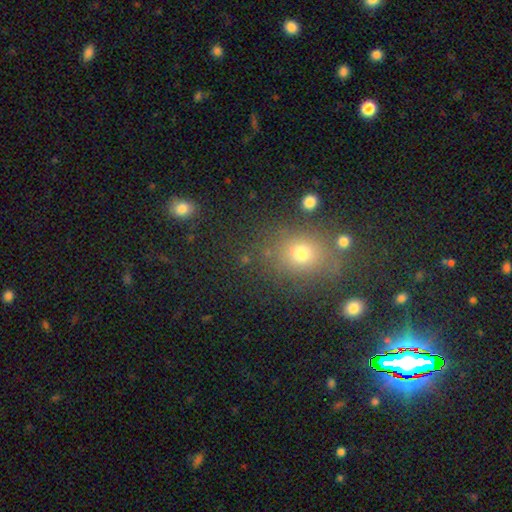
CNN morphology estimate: This is possibly a smooth galaxy (47%). Merging: clearly none (81%).